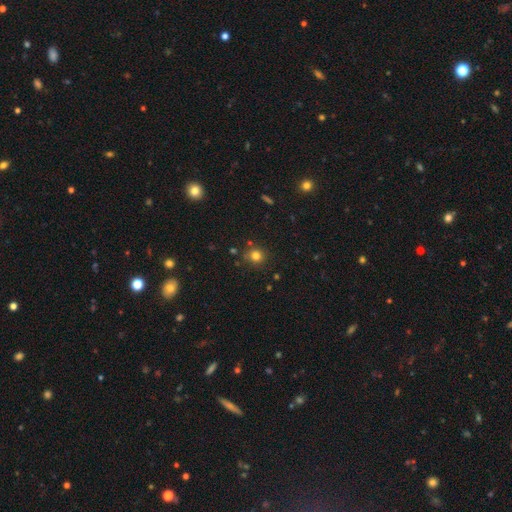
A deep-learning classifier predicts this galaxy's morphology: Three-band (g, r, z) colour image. It shows a smooth galaxy with no disk features (78%) that is round (85%). Merging: none (79%).